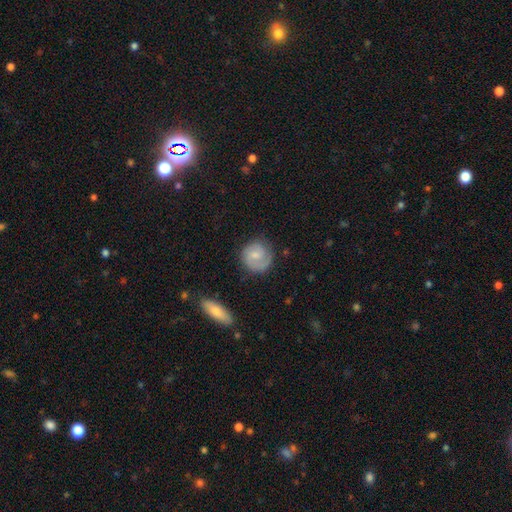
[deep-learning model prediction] Morphology: type=smooth (47%, tied with featured or disk); merging=none (73%).